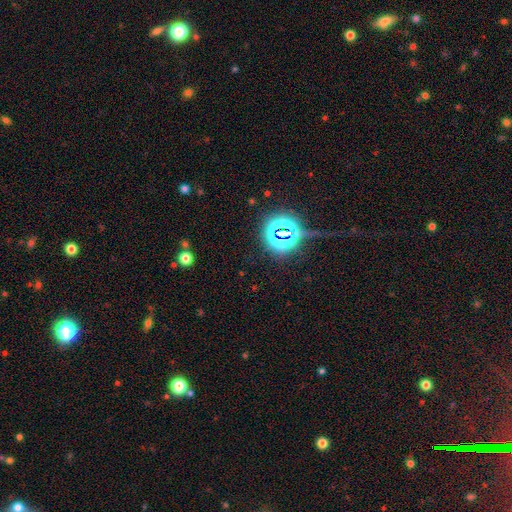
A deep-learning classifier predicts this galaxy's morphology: Smooth or featured? Predicted: star or artifact (p=0.80).